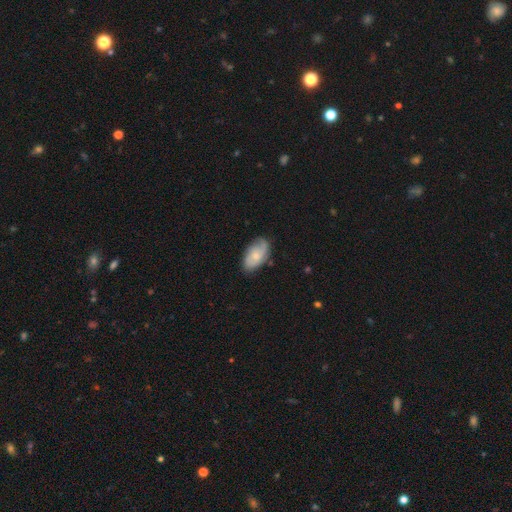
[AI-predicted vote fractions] A smooth galaxy with no disk features (48%).

Vote fractions:
- Smooth or featured? smooth: 48% / featured or disk: 45% / star or artifact: 6%
- Merging? none: 67% / minor disturbance: 25% / major disturbance: 7% / merger: 2%